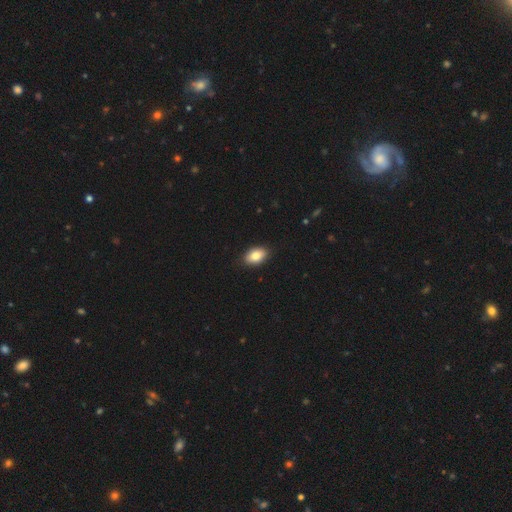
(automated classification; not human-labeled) The model was most divided on "smooth or featured": smooth: 84%, featured or disk: 8%, star or artifact: 7%. More confident: how rounded — in between (90%); merging — none (89%).